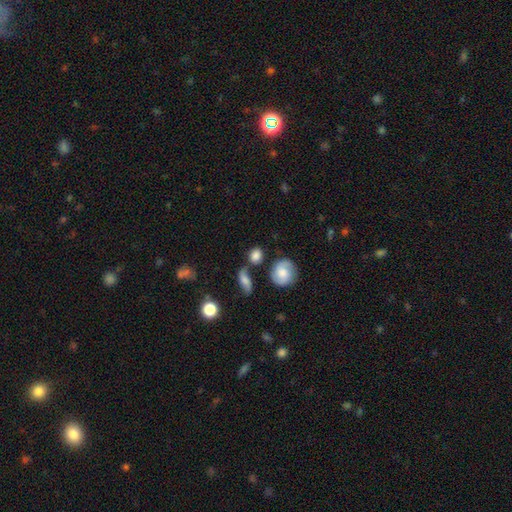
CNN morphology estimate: This is likely a smooth galaxy (76%). How rounded: possibly round (55%). Merging: likely none (62%).